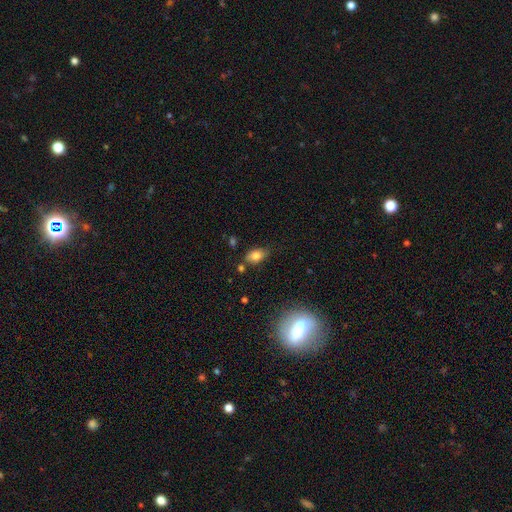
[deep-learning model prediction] smooth 79%, featured or disk 11%, star or artifact 11%. Down the decision tree: how rounded — in between (84%); merging — none (71%).